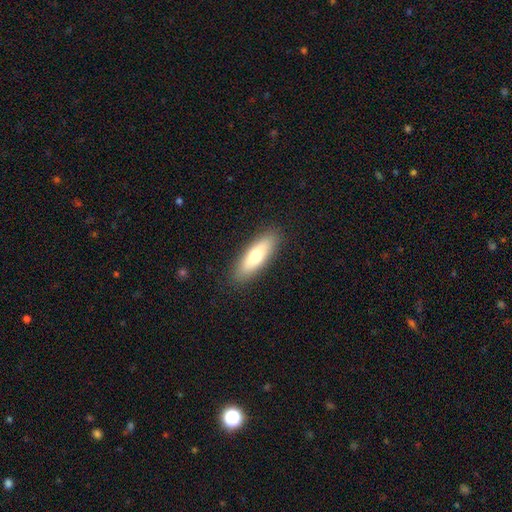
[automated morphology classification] smooth 67%, featured or disk 27%, star or artifact 6%. Down the decision tree: how rounded — in between (50%); merging — none (89%).